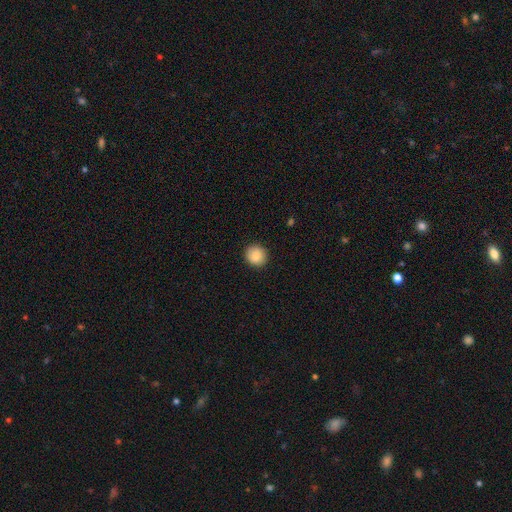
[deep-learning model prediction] smooth-or-featured: smooth: 88% | star or artifact: 8% | featured or disk: 4%
  how-rounded: round: 91% | in between: 8% | cigar-shaped: 1%
  merging: none: 91% | minor disturbance: 6% | major disturbance: 2% | merger: 1%